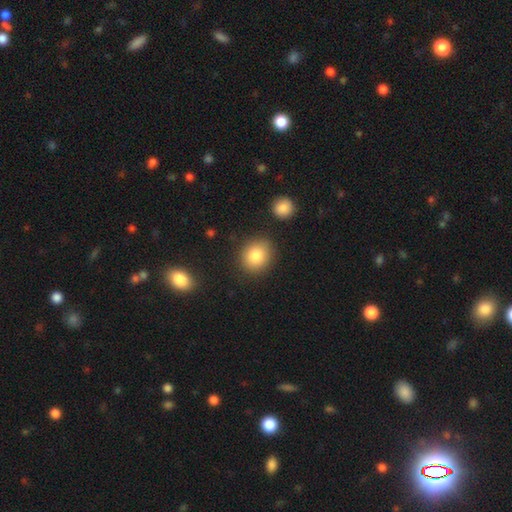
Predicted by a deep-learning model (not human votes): A smooth galaxy with no disk features (84%) that is round (77%).

Vote fractions:
- Smooth or featured? smooth: 84% / star or artifact: 9% / featured or disk: 7%
- How rounded? round: 77% / in between: 22% / cigar-shaped: 1%
- Merging? none: 84% / minor disturbance: 9% / merger: 4% / major disturbance: 3%